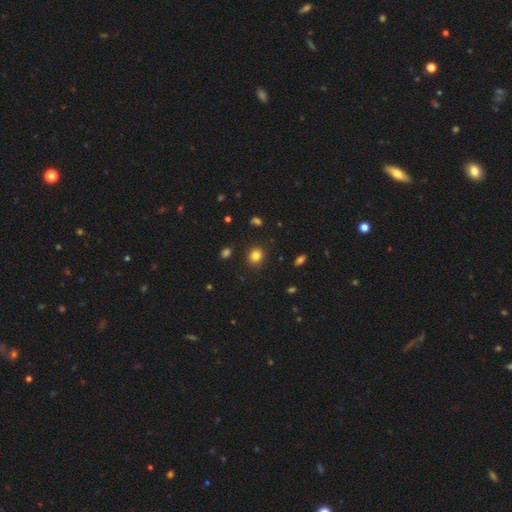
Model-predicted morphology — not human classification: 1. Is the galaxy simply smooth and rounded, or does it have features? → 82% smooth, 12% star or artifact, 5% featured or disk.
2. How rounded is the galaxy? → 78% round, 21% in between, 1% cigar-shaped.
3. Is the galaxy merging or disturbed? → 89% none, 7% minor disturbance, 2% major disturbance, 2% merger.